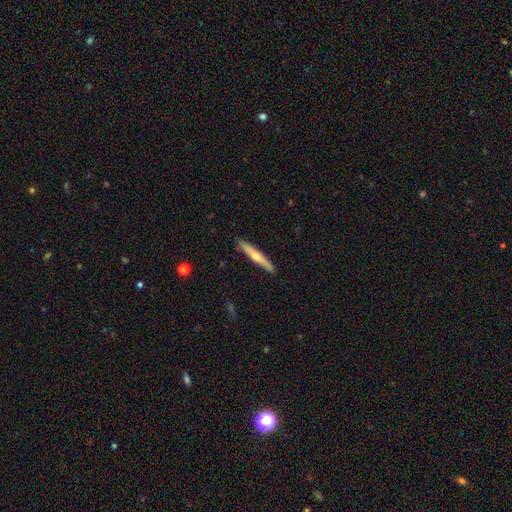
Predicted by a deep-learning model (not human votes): Smooth or featured? featured or disk (50%)
Merging? none (90%)